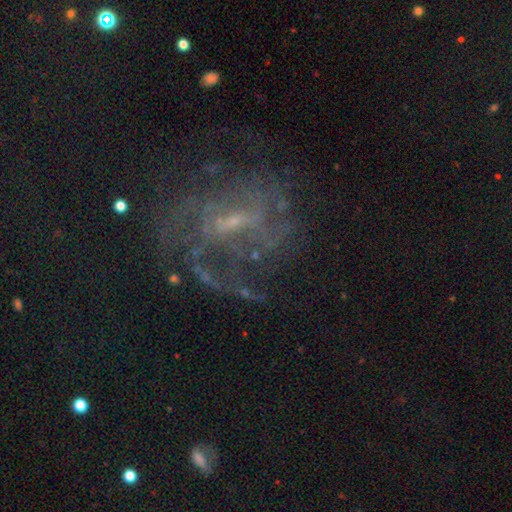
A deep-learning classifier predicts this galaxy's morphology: This is likely a featured or disk galaxy (77%). It is clearly not viewed edge-on (97%). Bar: possibly weak (54%). Spiral arm pattern: likely yes (80%). Spiral arm count: marginally can't tell (44%). Spiral winding: marginally medium (42%). Central bulge: likely small (64%). Merging: possibly none (57%).